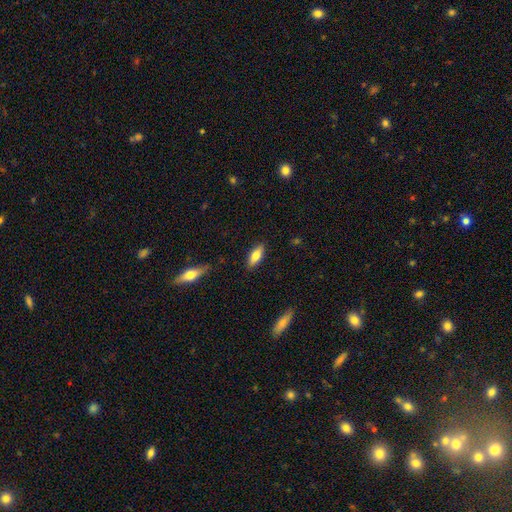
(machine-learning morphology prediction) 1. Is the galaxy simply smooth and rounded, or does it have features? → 74% smooth, 20% featured or disk, 7% star or artifact.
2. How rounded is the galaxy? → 73% in between, 25% cigar-shaped, 2% round.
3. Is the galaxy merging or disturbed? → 86% none, 10% minor disturbance, 2% major disturbance, 1% merger.